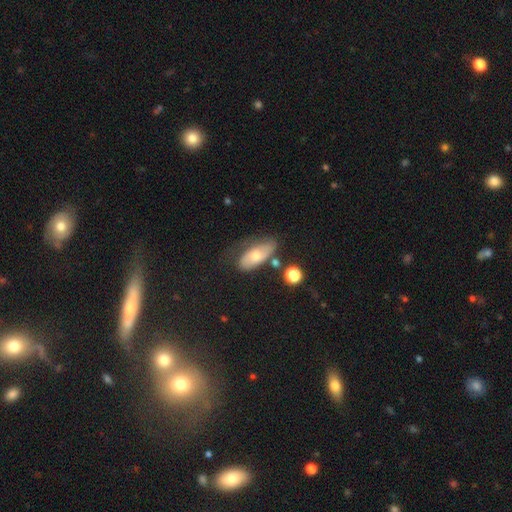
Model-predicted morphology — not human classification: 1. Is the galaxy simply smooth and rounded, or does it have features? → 56% smooth, 36% featured or disk, 9% star or artifact.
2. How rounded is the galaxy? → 84% in between, 12% cigar-shaped, 4% round.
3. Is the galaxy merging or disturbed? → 49% none, 28% minor disturbance, 16% major disturbance, 7% merger.